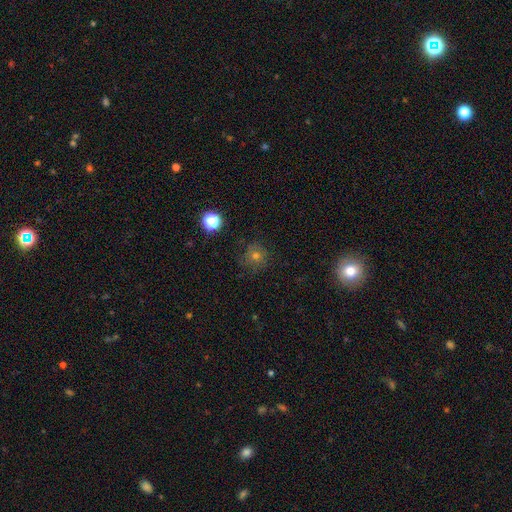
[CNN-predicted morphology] Smooth or featured: smooth — 55% (star or artifact — 27%)
How rounded: round — 92% (in between — 7%)
Merging: none — 80% (minor disturbance — 13%)